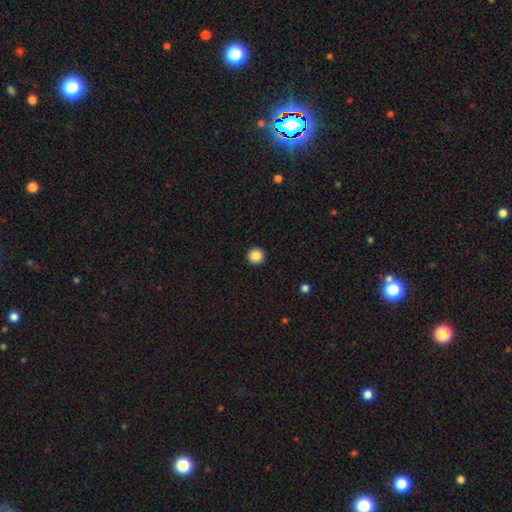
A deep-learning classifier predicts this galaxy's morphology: The model was most divided on "smooth or featured": smooth: 87%, star or artifact: 10%, featured or disk: 3%. More confident: how rounded — round (96%); merging — none (93%).